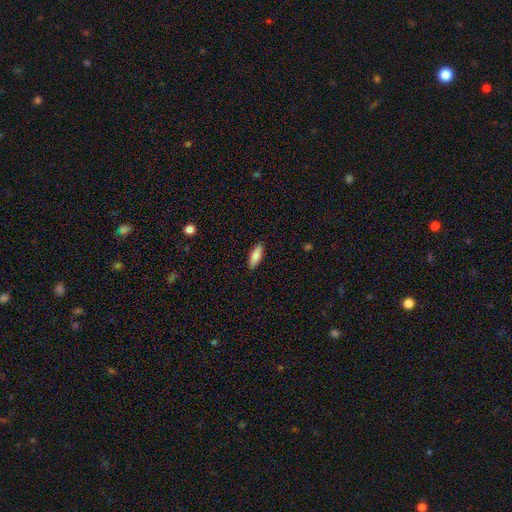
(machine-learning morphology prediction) Overall: smooth (85%). How rounded: in between (62%; cigar-shaped 36%). Merging: none (89%).